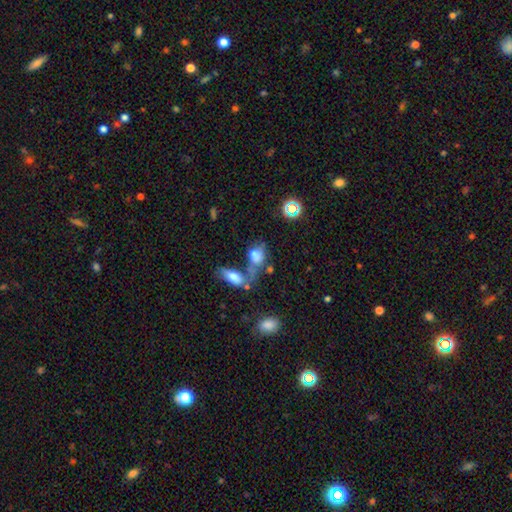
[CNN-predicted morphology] smooth_or_featured: smooth (p=0.68) [alt: featured or disk p=0.17]
how_rounded: in between (p=0.73) [alt: round p=0.22]
merging: merger (p=0.46) [alt: none p=0.26]